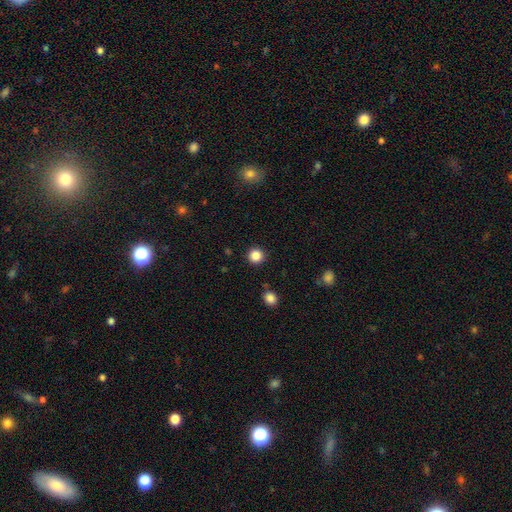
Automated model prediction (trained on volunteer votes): This appears to be a smooth galaxy with no disk features (85%) that is round (94%). Merging: none (91%).